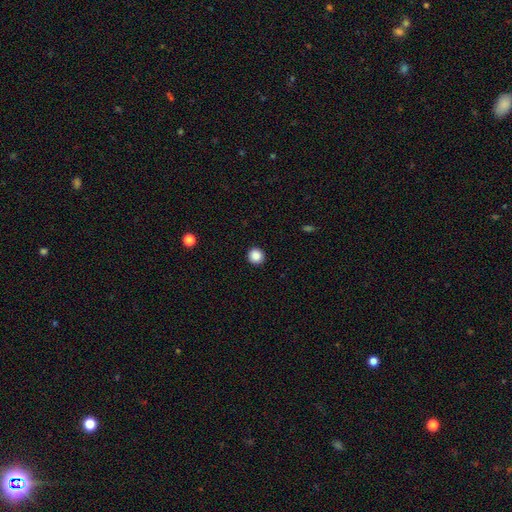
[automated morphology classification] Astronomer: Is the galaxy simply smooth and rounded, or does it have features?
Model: smooth — 88%.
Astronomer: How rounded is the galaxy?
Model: round — 94%.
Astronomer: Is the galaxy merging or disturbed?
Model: none — 93%.